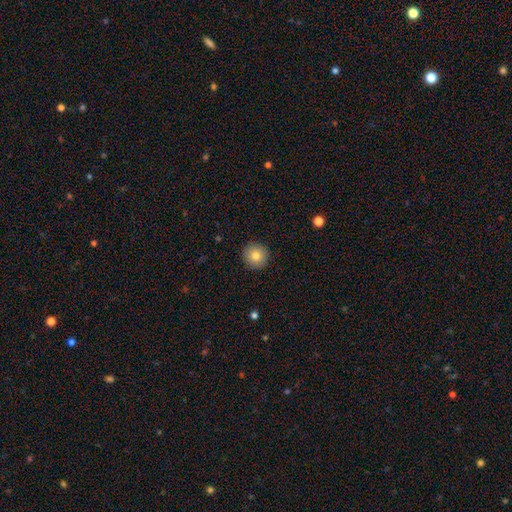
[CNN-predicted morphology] smooth-or-featured: smooth: 82% | star or artifact: 9% | featured or disk: 9%
  how-rounded: round: 95% | in between: 4% | cigar-shaped: 1%
  merging: none: 92% | minor disturbance: 5% | major disturbance: 2% | merger: 1%